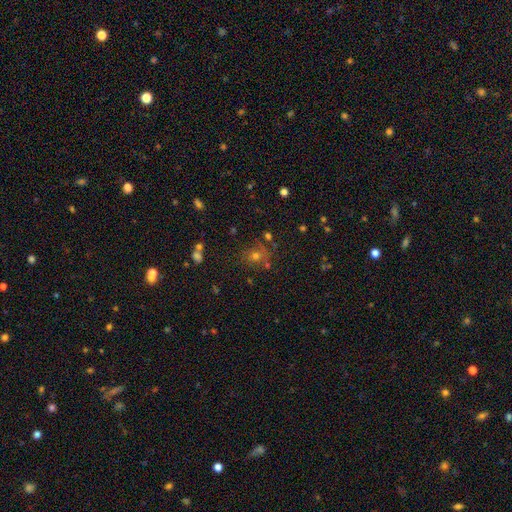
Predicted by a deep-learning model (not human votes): Smooth or featured? Predicted: smooth (p=0.54). How rounded? Predicted: round (p=0.73). Merging? Predicted: none (p=0.70).